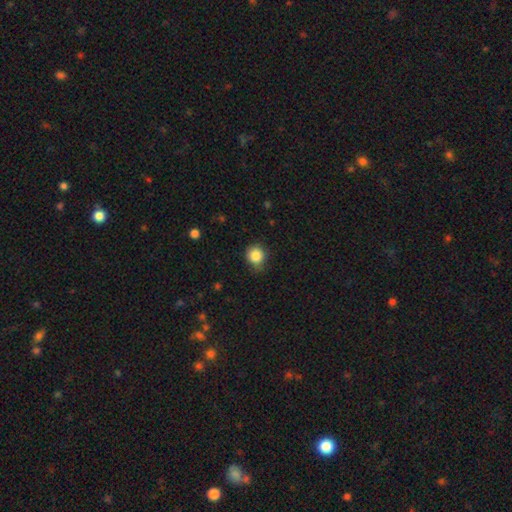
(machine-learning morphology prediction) type=smooth (86%); roundness=round (84%); merging=none (75%).